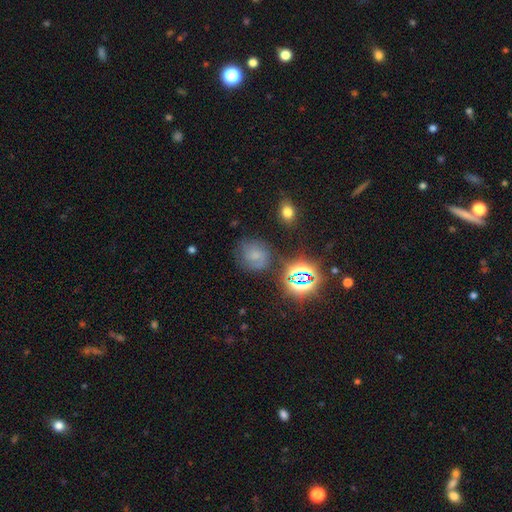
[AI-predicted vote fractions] smooth_or_featured: smooth (p=0.41) [alt: featured or disk p=0.33]
merging: none (p=0.65) [alt: minor disturbance p=0.20]